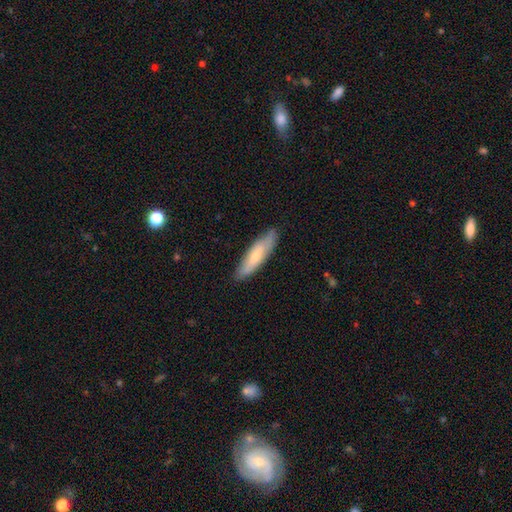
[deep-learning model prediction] Overall: smooth (57%; featured or disk 37%). How rounded: cigar-shaped (65%; in between 33%). Merging: none (81%).